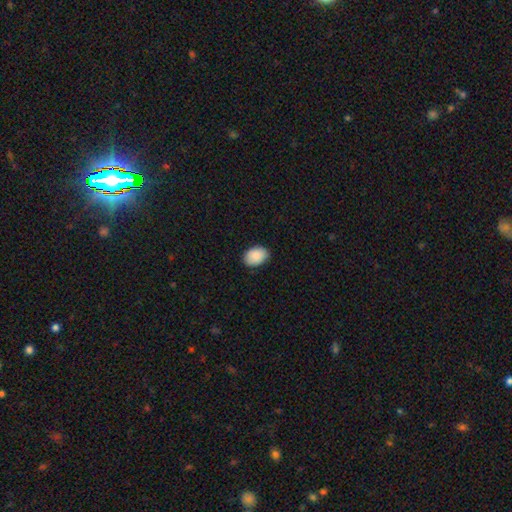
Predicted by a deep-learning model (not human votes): Smooth or featured?
  - smooth: 90% *
  - star or artifact: 6%
  - featured or disk: 3%
How rounded?
  - in between: 81% *
  - round: 18%
  - cigar-shaped: 1%
Merging?
  - none: 85% *
  - minor disturbance: 12%
  - major disturbance: 2%
  - merger: 1%